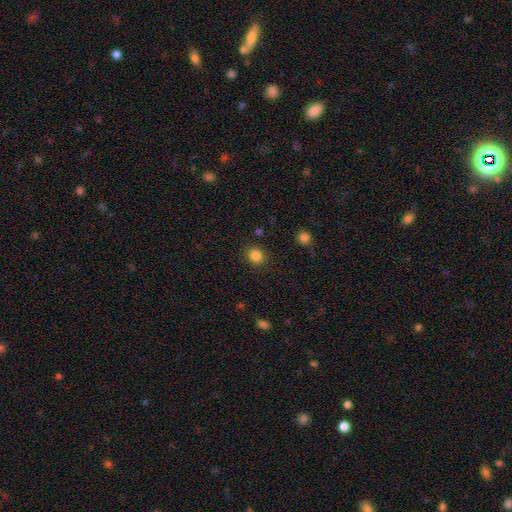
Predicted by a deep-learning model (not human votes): Smooth or featured? smooth (84%)
How rounded? round (85%)
Merging? none (89%)